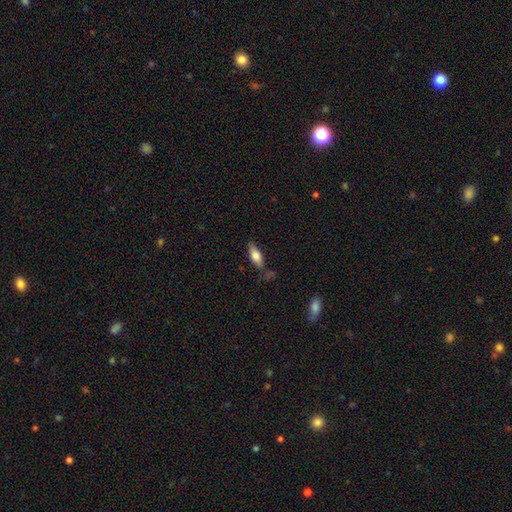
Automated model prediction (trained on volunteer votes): Smooth or featured: smooth — 73% (featured or disk — 21%)
How rounded: in between — 69% (cigar-shaped — 29%)
Merging: none — 70% (minor disturbance — 19%)